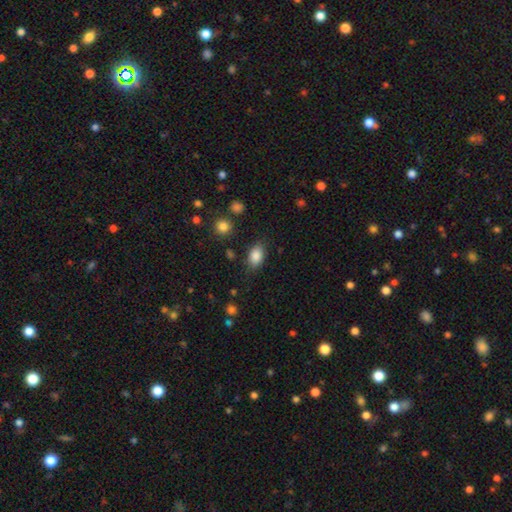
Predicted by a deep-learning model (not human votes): Smooth or featured? Predicted: smooth (p=0.86). How rounded? Predicted: in between (p=0.85). Merging? Predicted: none (p=0.79).